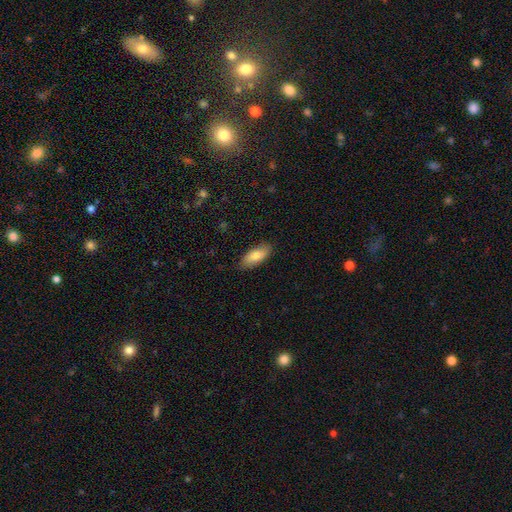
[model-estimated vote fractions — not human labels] Overall: smooth (84%). How rounded: in between (83%). Merging: none (84%).